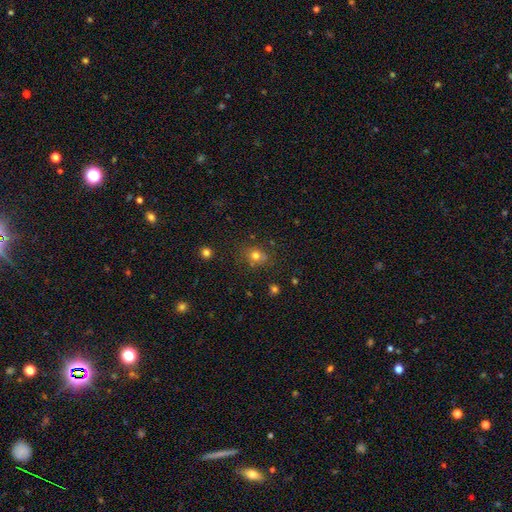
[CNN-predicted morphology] The model was most divided on "how rounded": round: 61%, in between: 38%, cigar-shaped: 1%. More confident: smooth or featured — smooth (75%); merging — none (73%).